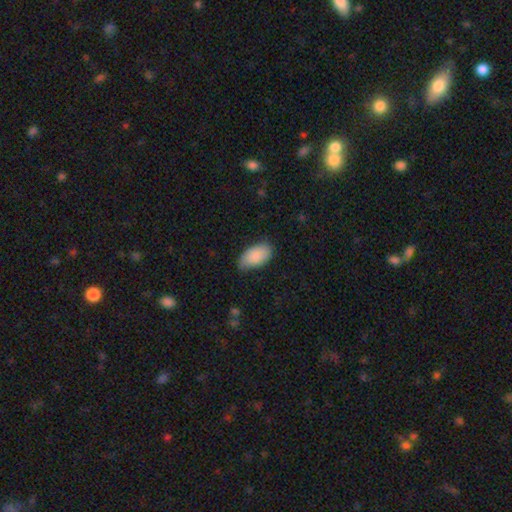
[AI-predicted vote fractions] A smooth galaxy with no disk features (87%) that is in between round and cigar-shaped (95%).

Vote fractions:
- Smooth or featured? smooth: 87% / featured or disk: 7% / star or artifact: 6%
- How rounded? in between: 95% / round: 3% / cigar-shaped: 2%
- Merging? none: 71% / minor disturbance: 24% / major disturbance: 4% / merger: 1%